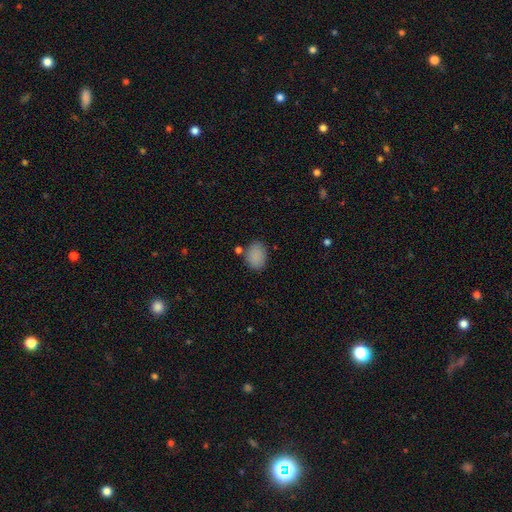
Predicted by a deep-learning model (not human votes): The model was most divided on "how rounded": in between: 72%, round: 27%, cigar-shaped: 1%. More confident: smooth or featured — smooth (87%); merging — none (76%).